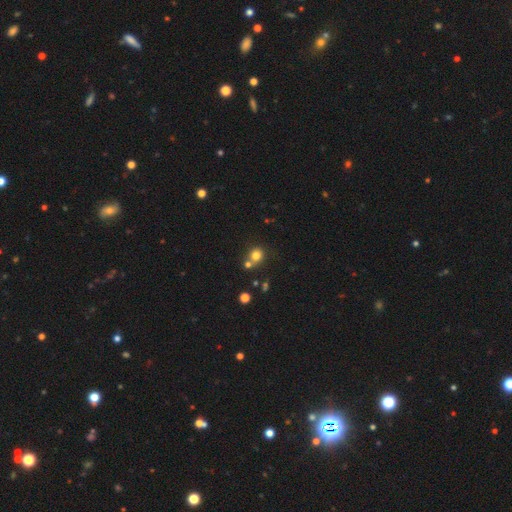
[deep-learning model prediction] smooth-or-featured: smooth: 77% | star or artifact: 14% | featured or disk: 8%
  how-rounded: round: 85% | in between: 14% | cigar-shaped: 1%
  merging: none: 56% | merger: 31% | minor disturbance: 9% | major disturbance: 3%